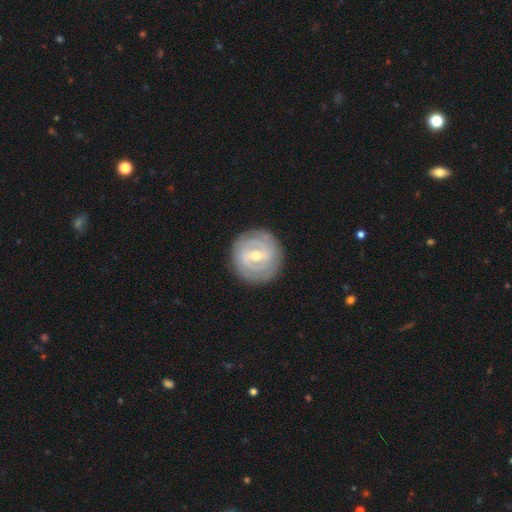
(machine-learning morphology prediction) The model was most divided on "spiral arm count": 2: 40%, can't tell: 32%, 3: 14%, 4: 6%, 1: 4%, more than 4: 4%. More confident: edge-on disk — no (97%); merging — none (87%); spiral arms — yes (87%); smooth or featured — featured or disk (81%); spiral winding — tight (75%); bulge size — moderate (57%); bar — weak (50%).